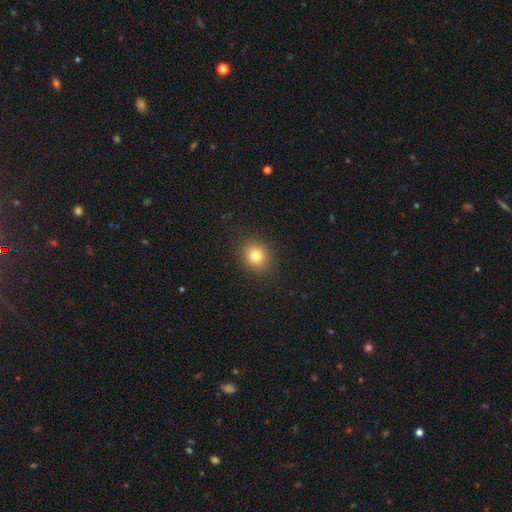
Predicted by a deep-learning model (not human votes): Smooth or featured? smooth (80%)
How rounded? round (77%)
Merging? none (89%)